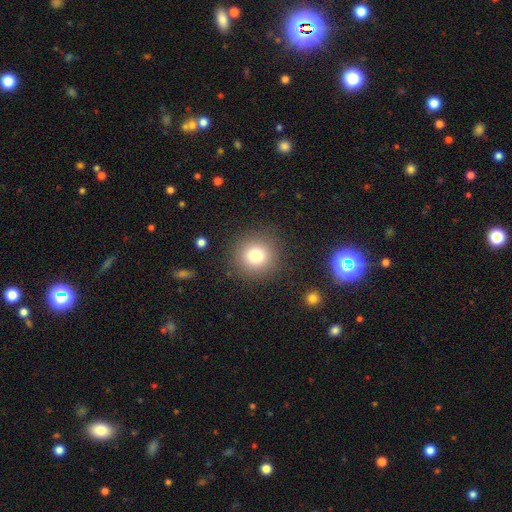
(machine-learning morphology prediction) Smooth or featured? Predicted: smooth (p=0.77). How rounded? Predicted: round (p=0.94). Merging? Predicted: none (p=0.89).